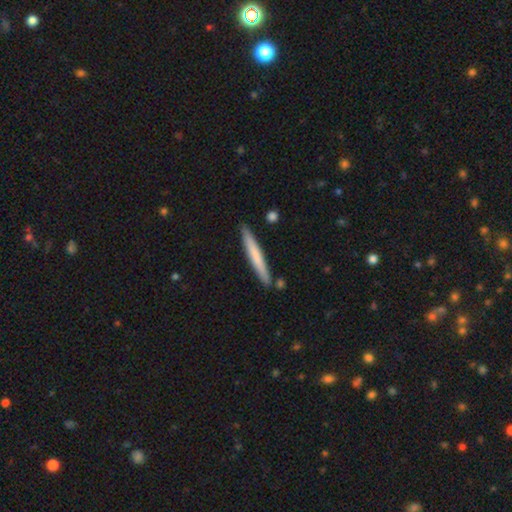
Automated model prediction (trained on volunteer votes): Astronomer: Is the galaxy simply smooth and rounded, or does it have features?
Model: smooth — 67%.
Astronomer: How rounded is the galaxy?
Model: cigar-shaped — 96%.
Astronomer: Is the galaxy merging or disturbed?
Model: none — 88%.